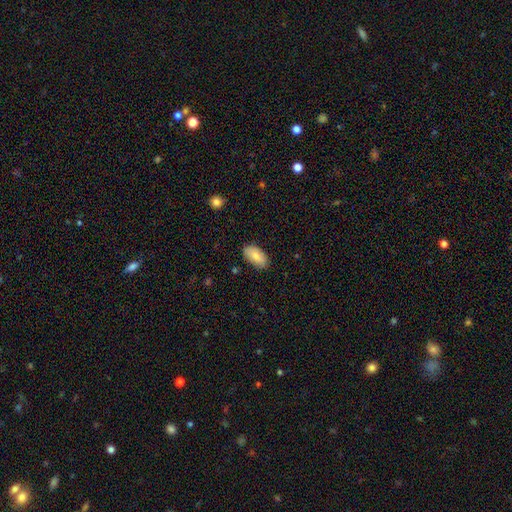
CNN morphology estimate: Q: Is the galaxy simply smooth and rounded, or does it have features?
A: smooth — 81%.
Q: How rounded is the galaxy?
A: in between — 94%.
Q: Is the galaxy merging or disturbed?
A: none — 83%.